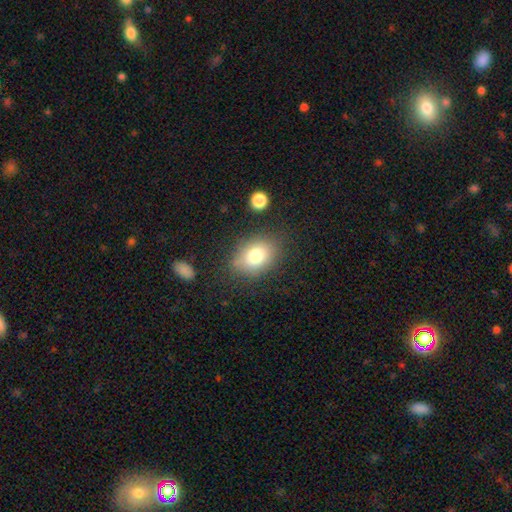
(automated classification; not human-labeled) This is likely a smooth galaxy (78%). How rounded: likely in between (67%). Merging: likely none (74%).